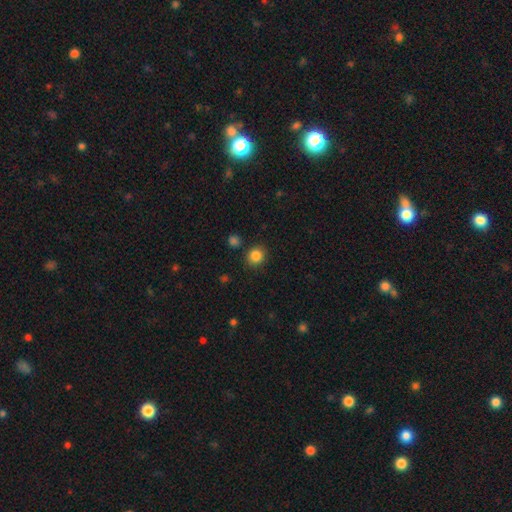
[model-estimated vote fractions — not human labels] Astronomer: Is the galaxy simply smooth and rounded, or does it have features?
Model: smooth — 85%.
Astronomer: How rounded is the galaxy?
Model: round — 86%.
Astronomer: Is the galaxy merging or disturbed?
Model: none — 87%.